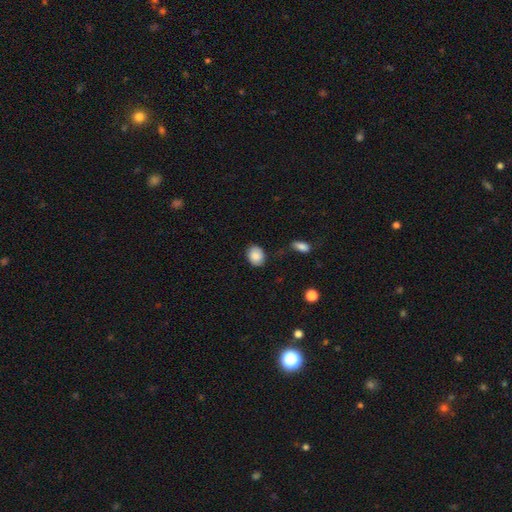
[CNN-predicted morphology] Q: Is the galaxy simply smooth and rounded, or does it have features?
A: smooth — 86%.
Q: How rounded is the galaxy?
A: in between — 59%.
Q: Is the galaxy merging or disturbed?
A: none — 80%.